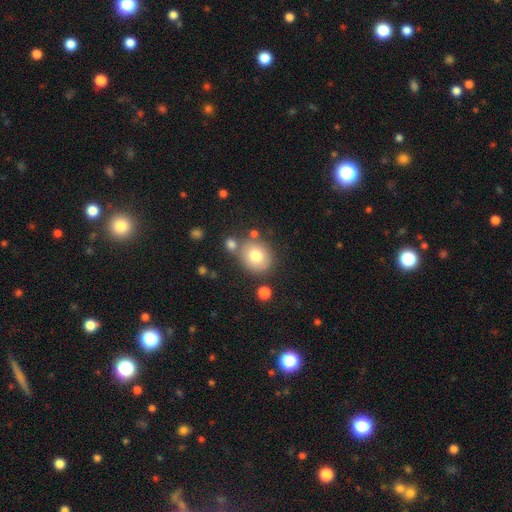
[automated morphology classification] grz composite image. It shows a smooth galaxy with no disk features (75%) that is round (73%). Merging: none (68%).